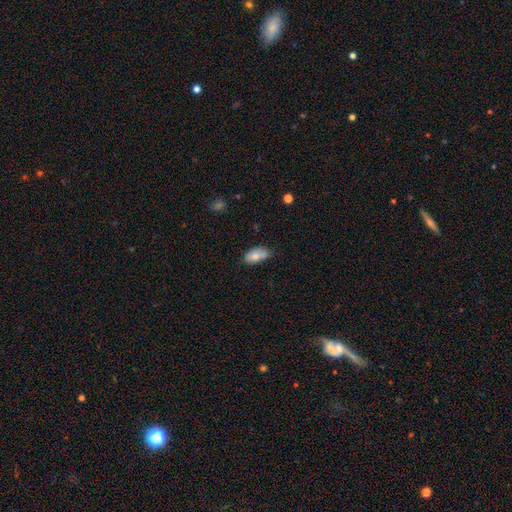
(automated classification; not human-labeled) Morphology: type=smooth (78%); roundness=in between (92%); merging=none (57%).